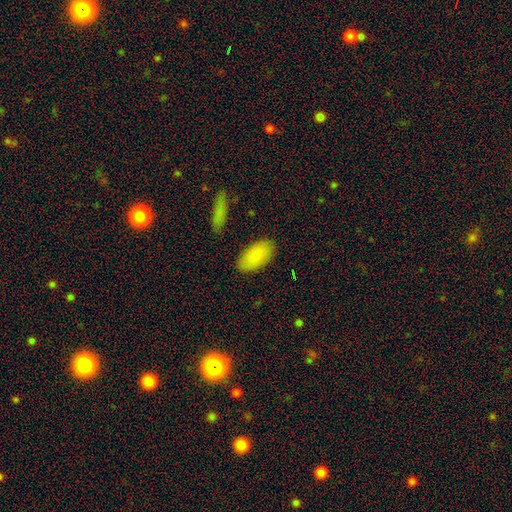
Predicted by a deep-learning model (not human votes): A smooth galaxy with no disk features (88%) that is in between round and cigar-shaped (95%). Merging: none (87%).